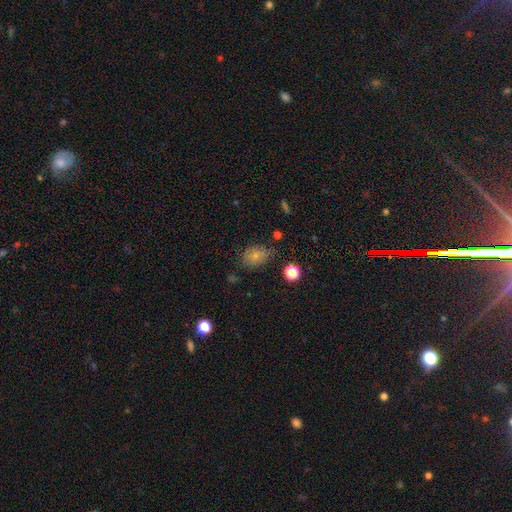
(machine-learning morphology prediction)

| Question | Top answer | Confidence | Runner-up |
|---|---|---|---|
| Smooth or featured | smooth | 75% | star or artifact (14%) |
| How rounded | in between | 72% | round (26%) |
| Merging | none | 72% | minor disturbance (20%) |